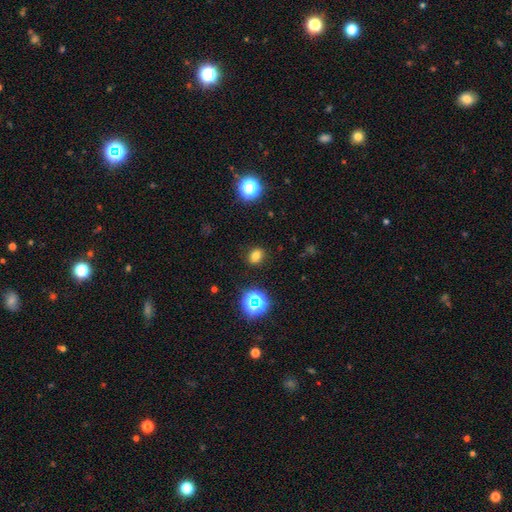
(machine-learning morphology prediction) This appears to be a smooth galaxy with no disk features (73%) that is round (53%). Merging: none (87%).